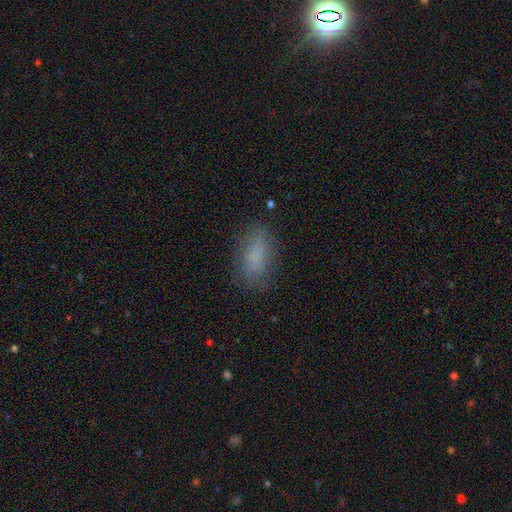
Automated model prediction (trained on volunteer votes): smooth 81%, star or artifact 10%, featured or disk 9%. Down the decision tree: how rounded — in between (83%); merging — none (77%).